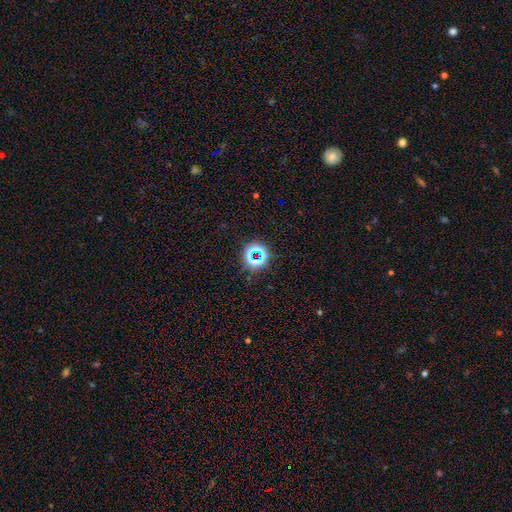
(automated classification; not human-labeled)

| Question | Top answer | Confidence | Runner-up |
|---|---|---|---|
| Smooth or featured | star or artifact | 62% | smooth (26%) |